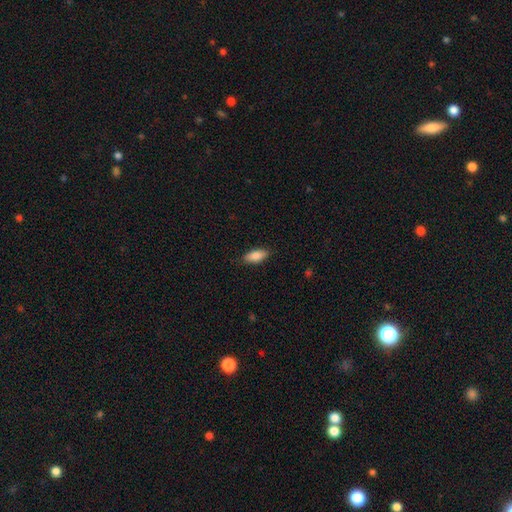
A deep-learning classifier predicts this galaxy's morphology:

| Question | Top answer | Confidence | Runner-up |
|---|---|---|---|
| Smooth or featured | smooth | 86% | featured or disk (8%) |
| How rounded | in between | 85% | cigar-shaped (13%) |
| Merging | none | 85% | minor disturbance (12%) |